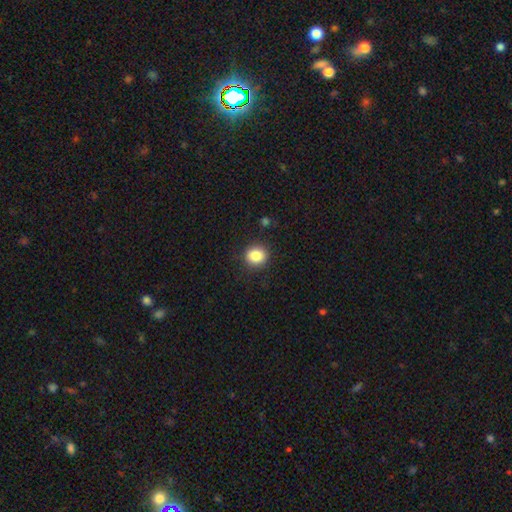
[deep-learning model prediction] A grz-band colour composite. It shows a smooth galaxy with no disk features (85%) that is round (80%). Merging: none (88%).